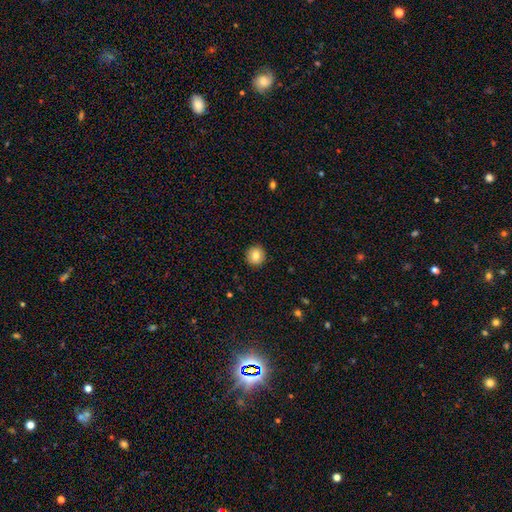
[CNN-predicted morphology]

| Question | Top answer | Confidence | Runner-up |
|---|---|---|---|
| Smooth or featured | smooth | 84% | star or artifact (9%) |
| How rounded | round | 94% | in between (5%) |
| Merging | none | 93% | minor disturbance (5%) |